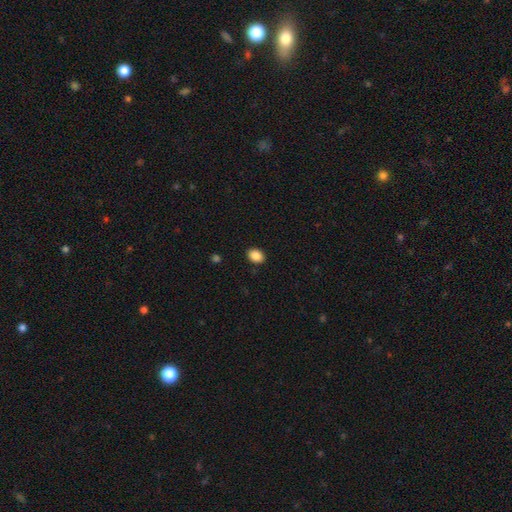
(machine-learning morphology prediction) smooth 88%, star or artifact 9%, featured or disk 3%. Down the decision tree: how rounded — in between (65%); merging — none (90%).